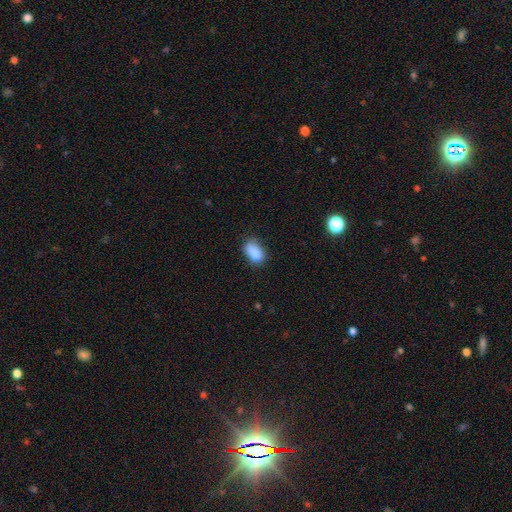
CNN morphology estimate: type=smooth (81%); roundness=in between (84%); merging=none (44%).